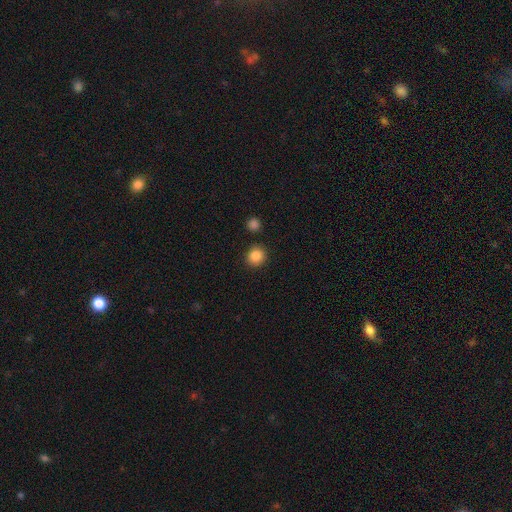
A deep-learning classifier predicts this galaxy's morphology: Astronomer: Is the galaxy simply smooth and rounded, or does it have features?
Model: smooth — 86%.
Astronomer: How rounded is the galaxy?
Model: round — 89%.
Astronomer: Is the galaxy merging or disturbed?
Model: none — 89%.